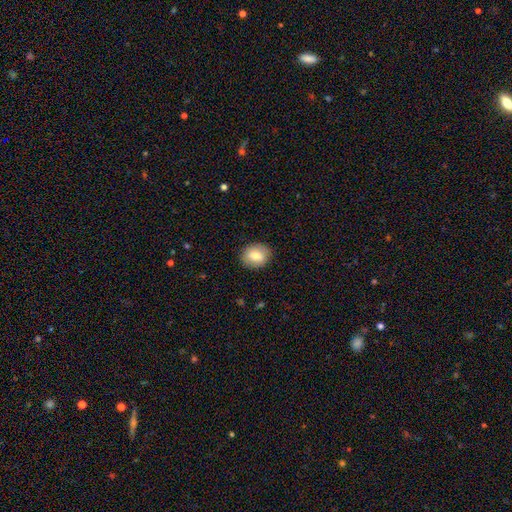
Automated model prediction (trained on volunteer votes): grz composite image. It shows a smooth galaxy with no disk features (76%) that is round (56%). Merging: none (88%).